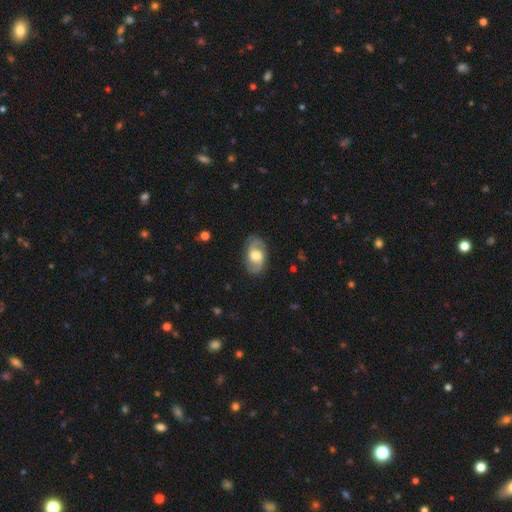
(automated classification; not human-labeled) featured or disk 74%, smooth 20%, star or artifact 6%. Down the decision tree: edge-on disk — no (96%); bar — weak (45%, tied with no); spiral arms — yes (91%); spiral arm count — 2 (89%); spiral winding — medium (48%); bulge size — moderate (57%); merging — none (81%).